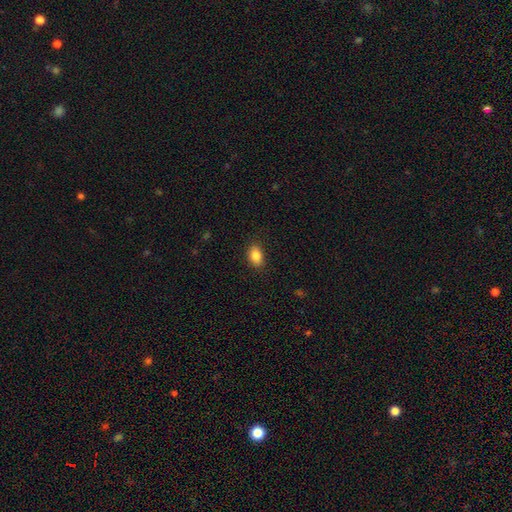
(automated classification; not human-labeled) Smooth or featured: smooth — 86% (star or artifact — 8%)
How rounded: in between — 86% (round — 13%)
Merging: none — 87% (minor disturbance — 9%)